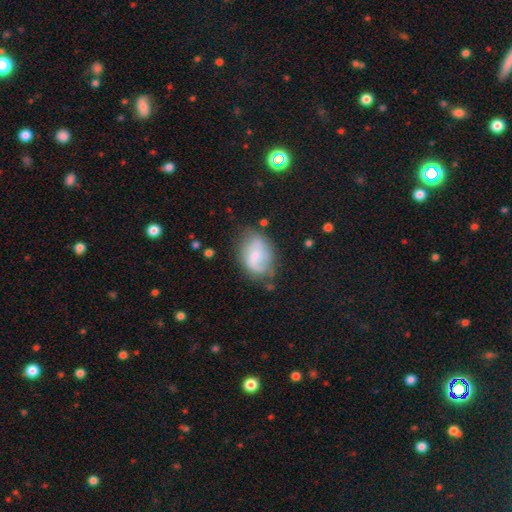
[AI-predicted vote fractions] Smooth or featured?
  - smooth: 47% *
  - featured or disk: 45%
  - star or artifact: 8%
Merging?
  - none: 51% *
  - minor disturbance: 29%
  - major disturbance: 15%
  - merger: 5%